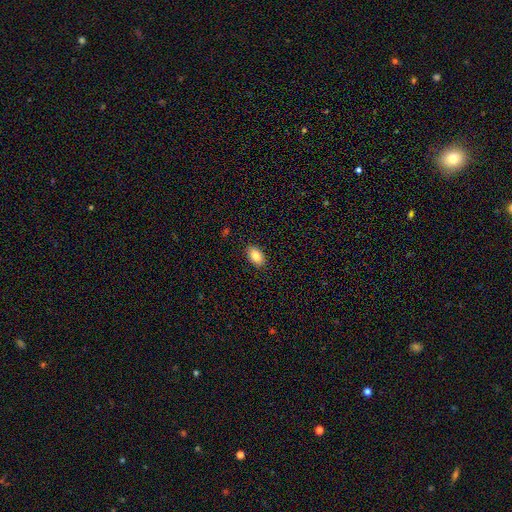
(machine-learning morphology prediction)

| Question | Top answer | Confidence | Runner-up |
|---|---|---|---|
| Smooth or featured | smooth | 85% | star or artifact (8%) |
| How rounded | in between | 92% | round (7%) |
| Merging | none | 88% | minor disturbance (9%) |